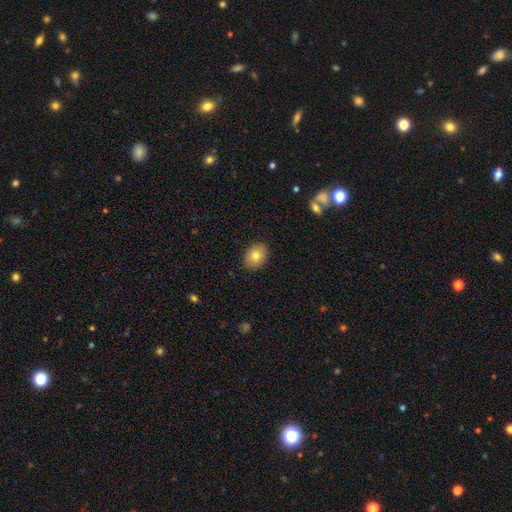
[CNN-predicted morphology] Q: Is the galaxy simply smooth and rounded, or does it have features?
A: smooth — 80%.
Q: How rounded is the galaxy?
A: in between — 60%.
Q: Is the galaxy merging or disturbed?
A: none — 88%.